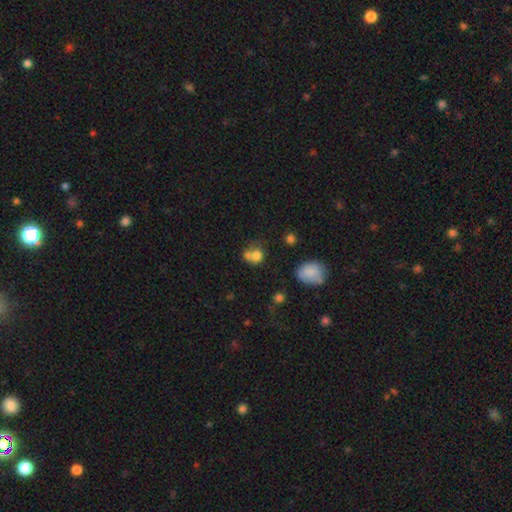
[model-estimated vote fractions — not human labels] Overall: smooth (74%). How rounded: round (68%; in between 31%). Merging: merger (52%; none 31%).